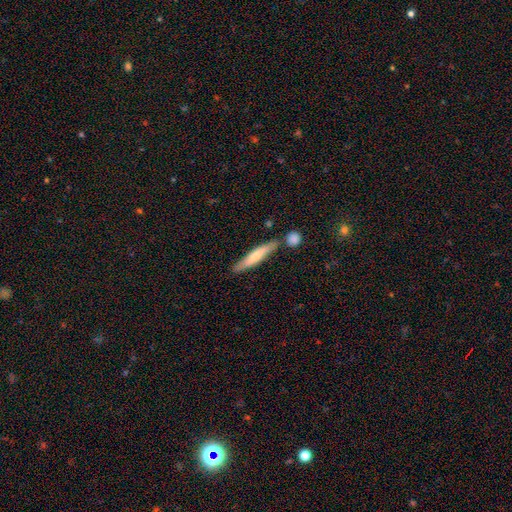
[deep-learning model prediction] Smooth or featured: smooth — 61% (featured or disk — 34%)
How rounded: cigar-shaped — 90% (in between — 9%)
Merging: none — 75% (minor disturbance — 12%)